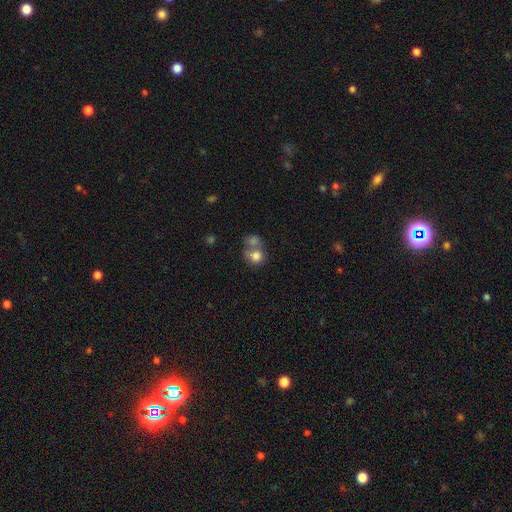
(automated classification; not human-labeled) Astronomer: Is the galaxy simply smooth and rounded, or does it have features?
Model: smooth — 78%.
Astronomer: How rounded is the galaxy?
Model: round — 78%.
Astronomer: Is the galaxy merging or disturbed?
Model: merger — 50% (runner-up: none, 34%).